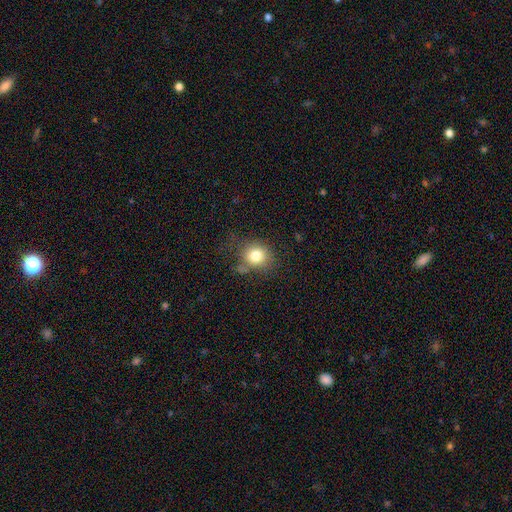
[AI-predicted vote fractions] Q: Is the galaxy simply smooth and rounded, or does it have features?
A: smooth — 79%.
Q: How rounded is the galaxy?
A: round — 77%.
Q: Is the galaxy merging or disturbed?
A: none — 65%.